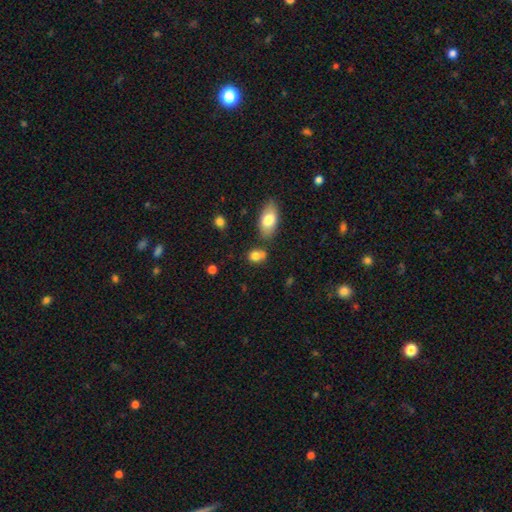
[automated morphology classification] A smooth galaxy with no disk features (81%) that is in between round and cigar-shaped (50%). Merging: none (54%).